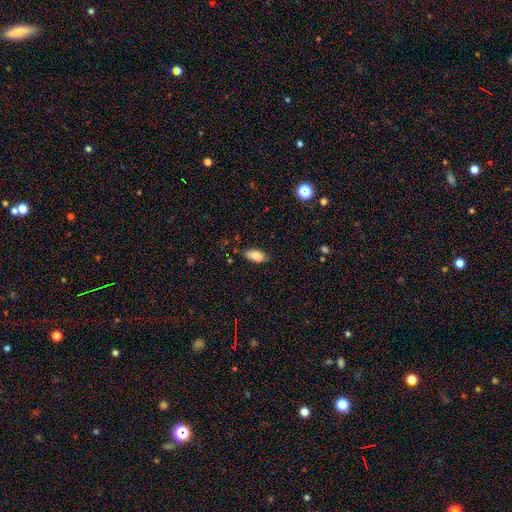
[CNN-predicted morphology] Smooth or featured?
  - smooth: 84% *
  - featured or disk: 9%
  - star or artifact: 8%
How rounded?
  - in between: 91% *
  - cigar-shaped: 6%
  - round: 3%
Merging?
  - none: 74% *
  - minor disturbance: 20%
  - major disturbance: 3%
  - merger: 2%